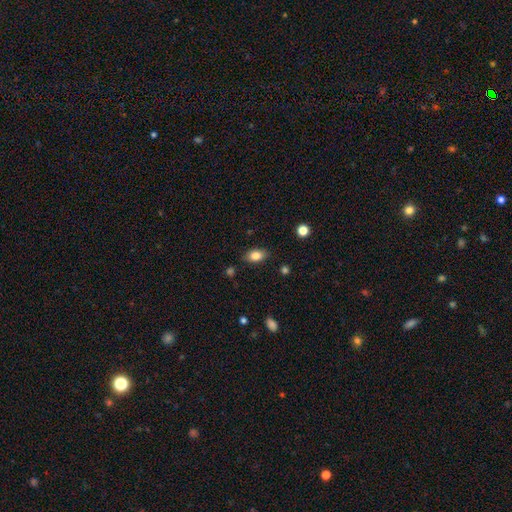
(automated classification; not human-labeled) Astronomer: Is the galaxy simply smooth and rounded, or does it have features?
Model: smooth — 82%.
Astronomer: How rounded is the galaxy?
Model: in between — 86%.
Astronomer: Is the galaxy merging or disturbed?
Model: none — 84%.